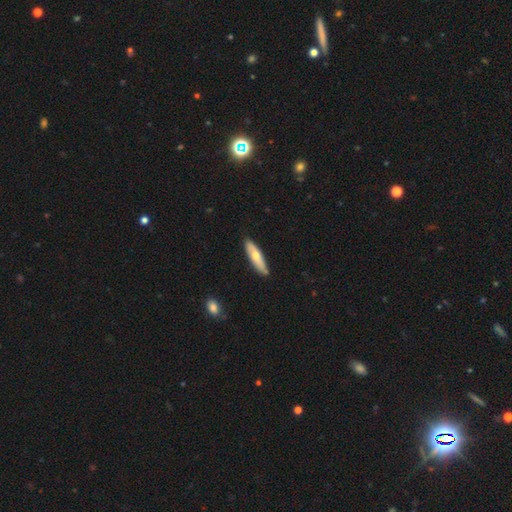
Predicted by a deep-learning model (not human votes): smooth_or_featured: smooth (p=0.60) [alt: featured or disk p=0.35]
how_rounded: cigar-shaped (p=0.67) [alt: in between p=0.31]
merging: none (p=0.86) [alt: minor disturbance p=0.11]